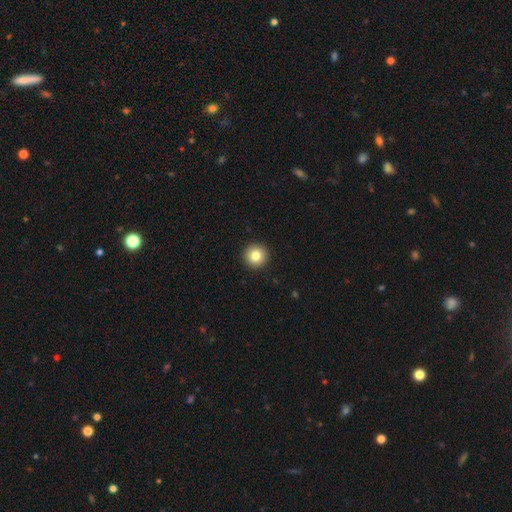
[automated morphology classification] Smooth or featured?
  - smooth: 82% *
  - star or artifact: 10%
  - featured or disk: 8%
How rounded?
  - round: 96% *
  - in between: 3%
  - cigar-shaped: 1%
Merging?
  - none: 94% *
  - minor disturbance: 4%
  - major disturbance: 1%
  - merger: 1%